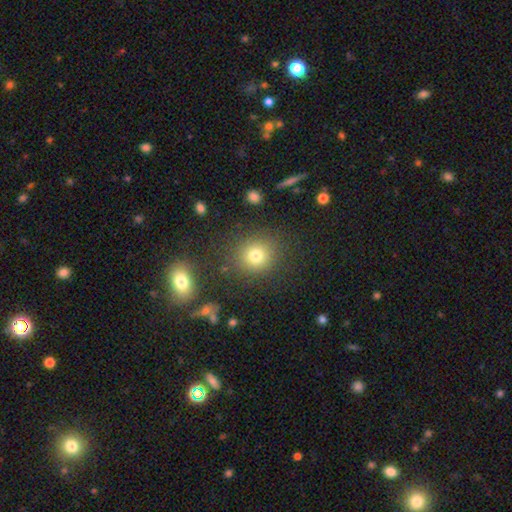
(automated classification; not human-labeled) smooth-or-featured: smooth: 76% | star or artifact: 15% | featured or disk: 9%
  how-rounded: round: 84% | in between: 15% | cigar-shaped: 1%
  merging: none: 84% | minor disturbance: 9% | major disturbance: 4% | merger: 3%